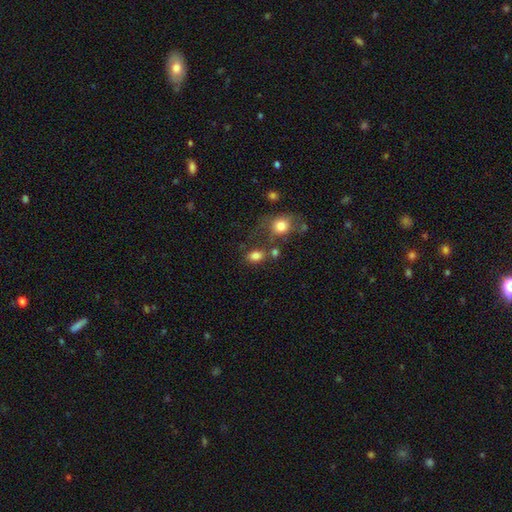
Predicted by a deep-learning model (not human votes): Morphology: type=smooth (82%); roundness=in between (67%); merging=none (59%).